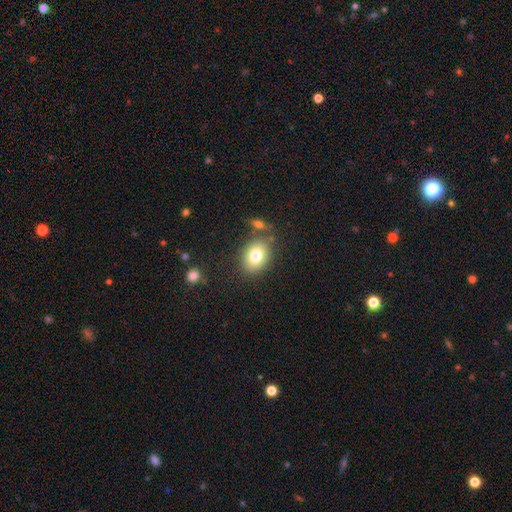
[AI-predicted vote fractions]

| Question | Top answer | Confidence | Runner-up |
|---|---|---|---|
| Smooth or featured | smooth | 79% | featured or disk (11%) |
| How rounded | in between | 61% | round (38%) |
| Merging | none | 76% | minor disturbance (12%) |